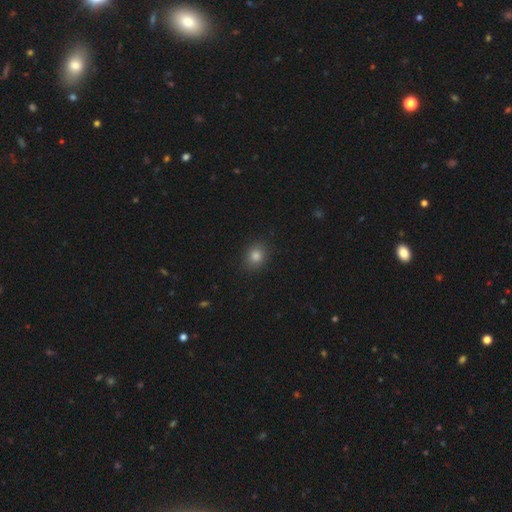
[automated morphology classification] Smooth or featured?
  - smooth: 82% *
  - star or artifact: 13%
  - featured or disk: 5%
How rounded?
  - round: 56% *
  - in between: 42%
  - cigar-shaped: 1%
Merging?
  - none: 88% *
  - minor disturbance: 8%
  - major disturbance: 2%
  - merger: 1%